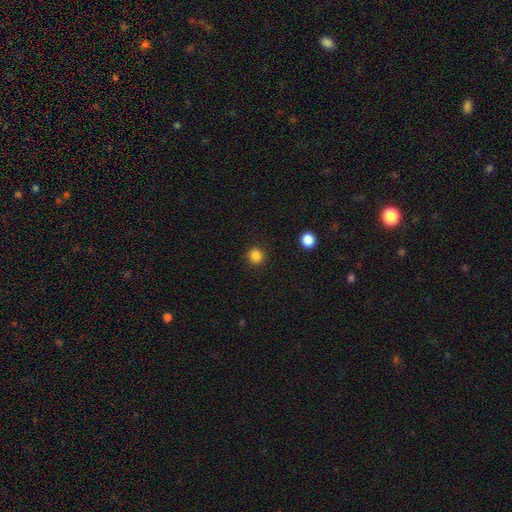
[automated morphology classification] Smooth or featured? smooth (85%)
How rounded? round (91%)
Merging? none (91%)